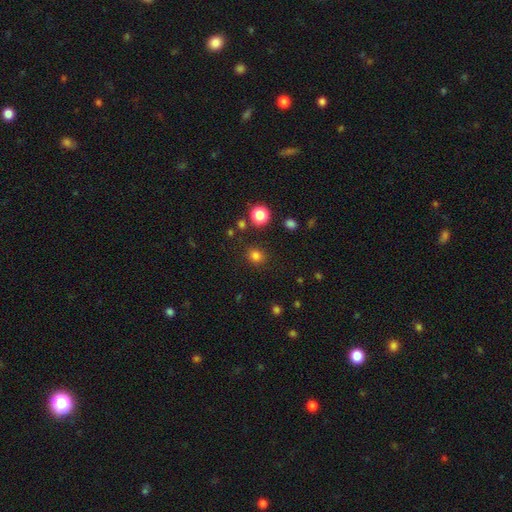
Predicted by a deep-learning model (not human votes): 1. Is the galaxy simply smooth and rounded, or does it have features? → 81% smooth, 15% star or artifact, 4% featured or disk.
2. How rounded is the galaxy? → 78% round, 21% in between, 1% cigar-shaped.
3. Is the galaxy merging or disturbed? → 86% none, 8% minor disturbance, 3% major disturbance, 3% merger.